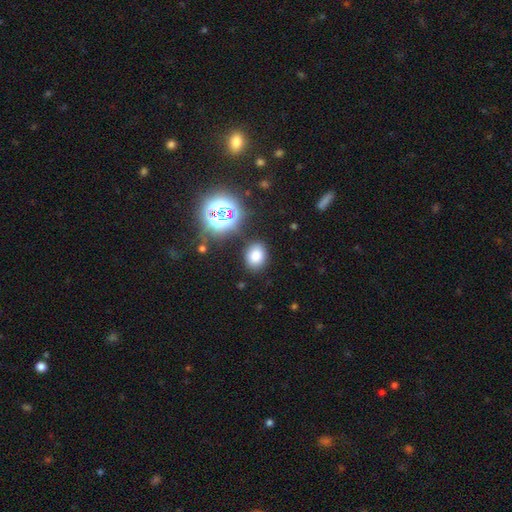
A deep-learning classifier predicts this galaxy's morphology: A smooth galaxy with no disk features (74%) that is in between round and cigar-shaped (59%).

Vote fractions:
- Smooth or featured? smooth: 74% / star or artifact: 18% / featured or disk: 8%
- How rounded? in between: 59% / round: 40% / cigar-shaped: 1%
- Merging? none: 83% / minor disturbance: 10% / major disturbance: 3% / merger: 3%